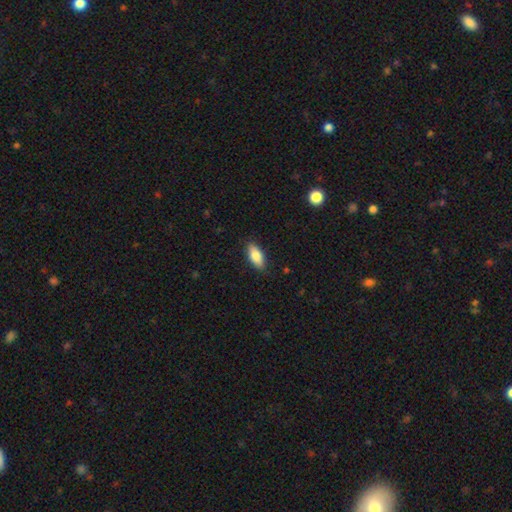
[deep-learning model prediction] Smooth or featured?
  - smooth: 82% *
  - featured or disk: 11%
  - star or artifact: 6%
How rounded?
  - in between: 83% *
  - cigar-shaped: 15%
  - round: 2%
Merging?
  - none: 86% *
  - minor disturbance: 11%
  - major disturbance: 2%
  - merger: 1%